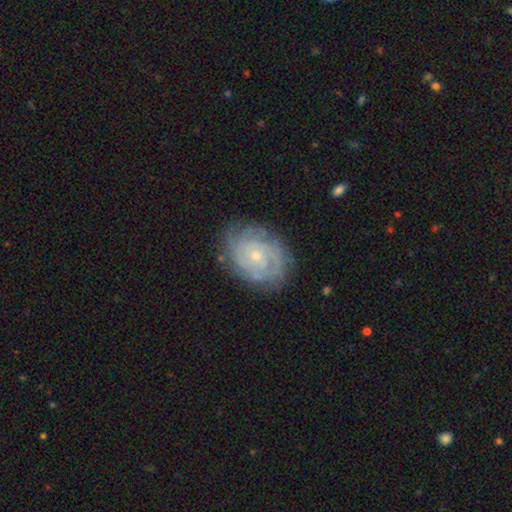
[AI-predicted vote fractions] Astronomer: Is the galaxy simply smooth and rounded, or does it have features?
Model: featured or disk — 81%.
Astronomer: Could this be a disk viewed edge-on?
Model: no — 97%.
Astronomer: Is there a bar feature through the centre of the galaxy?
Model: no — 76%.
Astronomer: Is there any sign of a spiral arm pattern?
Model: yes — 94%.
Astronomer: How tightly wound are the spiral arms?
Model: tight — 76%.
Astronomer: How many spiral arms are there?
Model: can't tell — 36% (runner-up: 2, 20%).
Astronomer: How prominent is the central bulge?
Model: small — 70%.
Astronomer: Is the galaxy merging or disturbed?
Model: none — 79%.